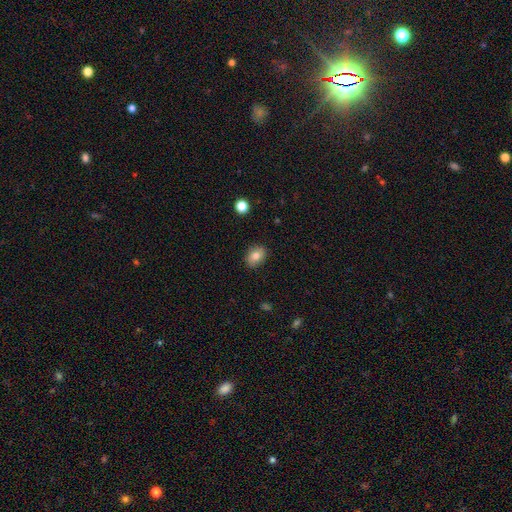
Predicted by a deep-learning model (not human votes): Smooth or featured? Predicted: smooth (p=0.82). How rounded? Predicted: in between (p=0.70). Merging? Predicted: none (p=0.87).